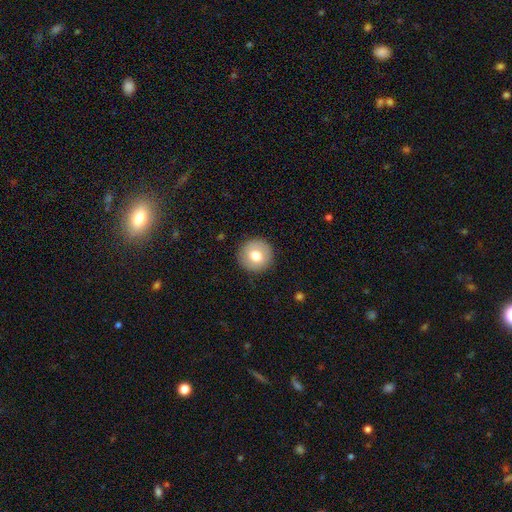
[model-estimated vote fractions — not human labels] The model was most divided on "smooth or featured": smooth: 75%, featured or disk: 17%, star or artifact: 8%. More confident: how rounded — round (95%); merging — none (91%).